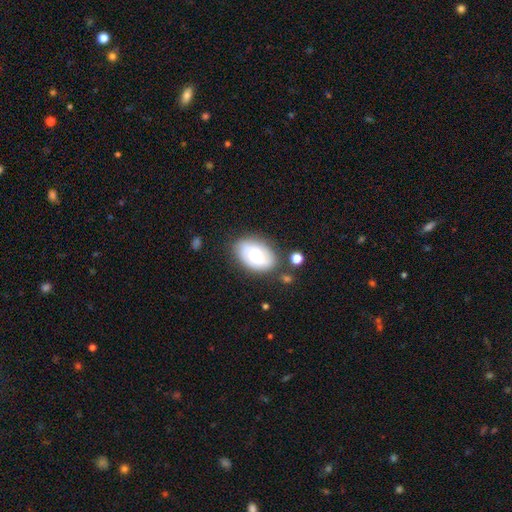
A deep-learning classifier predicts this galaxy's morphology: Smooth or featured?
  - smooth: 48% *
  - featured or disk: 45%
  - star or artifact: 8%
Merging?
  - none: 70% *
  - minor disturbance: 19%
  - major disturbance: 6%
  - merger: 5%